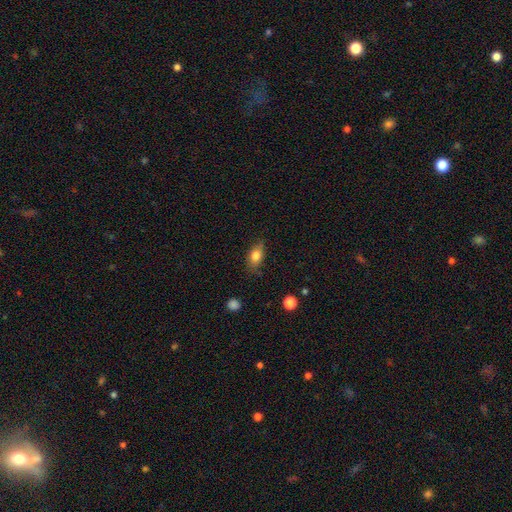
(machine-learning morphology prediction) Overall: smooth (79%). How rounded: in between (81%). Merging: none (74%).